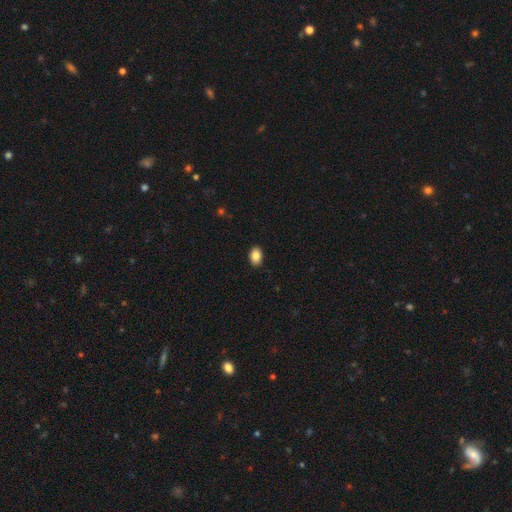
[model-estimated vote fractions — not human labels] smooth-or-featured: smooth: 86% | star or artifact: 8% | featured or disk: 6%
  how-rounded: in between: 82% | round: 16% | cigar-shaped: 1%
  merging: none: 90% | minor disturbance: 8% | major disturbance: 2% | merger: 1%